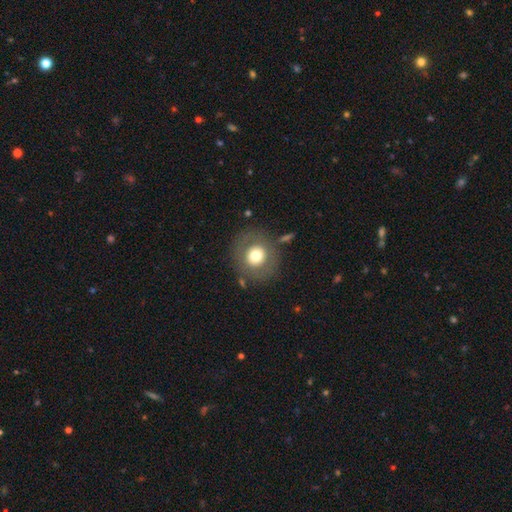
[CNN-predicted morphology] smooth-or-featured: smooth: 66% | featured or disk: 25% | star or artifact: 9%
  how-rounded: round: 90% | in between: 9% | cigar-shaped: 1%
  merging: none: 81% | minor disturbance: 10% | major disturbance: 6% | merger: 3%